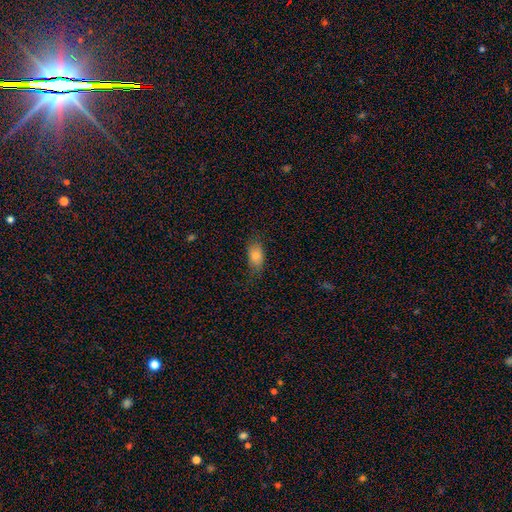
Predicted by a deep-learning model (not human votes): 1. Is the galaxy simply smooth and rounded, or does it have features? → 79% smooth, 12% featured or disk, 9% star or artifact.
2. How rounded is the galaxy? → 88% in between, 7% round, 4% cigar-shaped.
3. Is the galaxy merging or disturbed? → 71% none, 21% minor disturbance, 6% major disturbance, 1% merger.